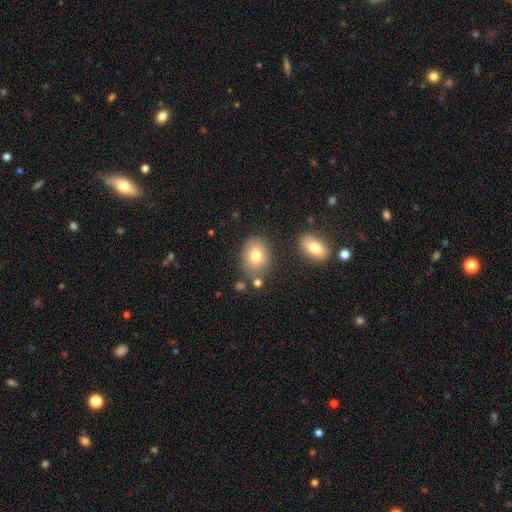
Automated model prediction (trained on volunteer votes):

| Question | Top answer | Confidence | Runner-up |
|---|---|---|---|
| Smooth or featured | smooth | 76% | featured or disk (14%) |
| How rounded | in between | 59% | round (40%) |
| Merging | none | 71% | minor disturbance (16%) |